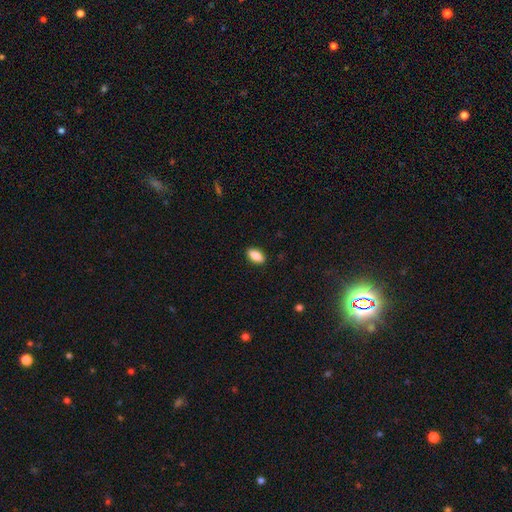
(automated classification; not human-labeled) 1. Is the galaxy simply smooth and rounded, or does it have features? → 88% smooth, 7% star or artifact, 5% featured or disk.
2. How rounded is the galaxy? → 91% in between, 5% cigar-shaped, 4% round.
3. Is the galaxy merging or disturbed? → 90% none, 8% minor disturbance, 2% major disturbance, 1% merger.